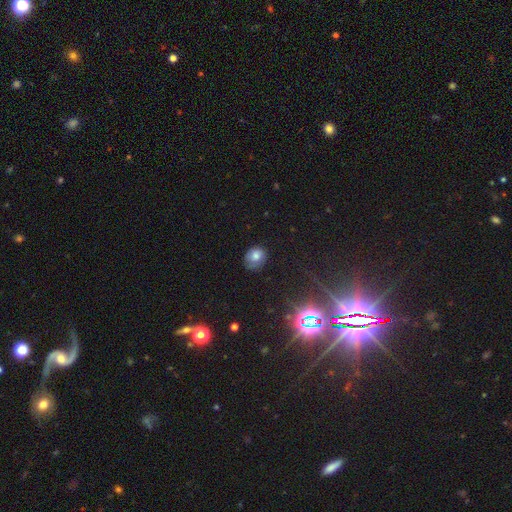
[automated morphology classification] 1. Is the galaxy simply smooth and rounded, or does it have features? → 70% smooth, 16% featured or disk, 14% star or artifact.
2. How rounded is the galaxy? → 55% round, 44% in between, 1% cigar-shaped.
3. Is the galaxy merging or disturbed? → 65% none, 26% minor disturbance, 8% major disturbance, 2% merger.